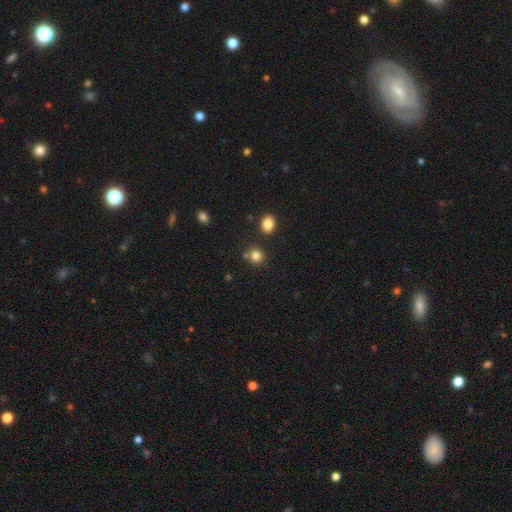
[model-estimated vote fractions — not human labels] Smooth or featured? Predicted: smooth (p=0.82). How rounded? Predicted: round (p=0.83). Merging? Predicted: none (p=0.72).